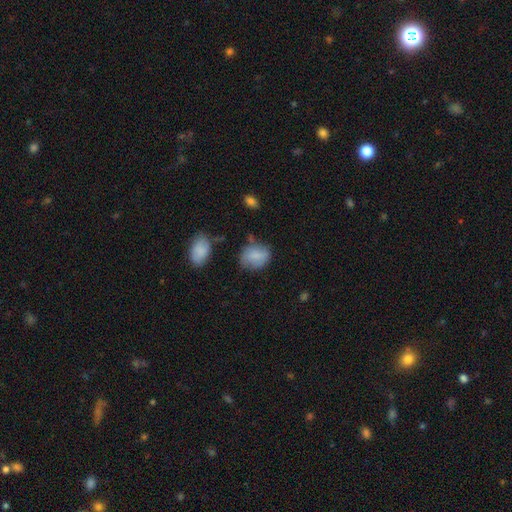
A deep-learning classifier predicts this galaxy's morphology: This is likely a smooth galaxy (80%). How rounded: possibly in between (59%). Merging: likely none (61%).